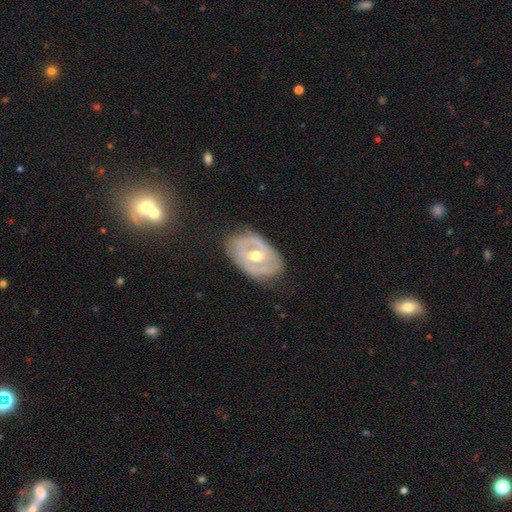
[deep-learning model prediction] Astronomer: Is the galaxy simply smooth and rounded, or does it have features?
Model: featured or disk — 71%.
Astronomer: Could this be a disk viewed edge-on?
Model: no — 93%.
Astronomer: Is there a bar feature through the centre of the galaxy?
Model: no — 48% (runner-up: weak, 33%).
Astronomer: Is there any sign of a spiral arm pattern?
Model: no — 60% (runner-up: yes, 40%).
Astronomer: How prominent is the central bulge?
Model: moderate — 77%.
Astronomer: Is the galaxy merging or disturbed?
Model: none — 72%.